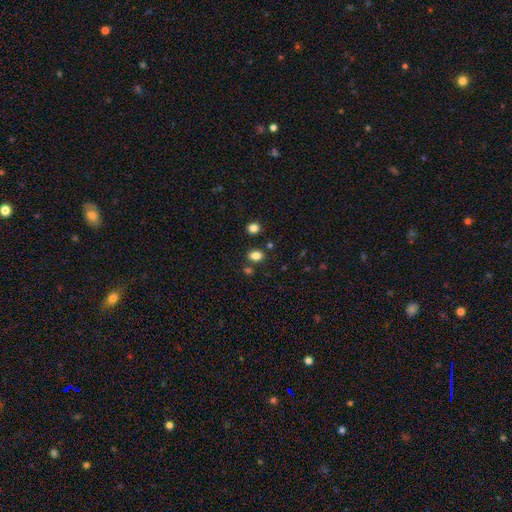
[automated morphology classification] A smooth galaxy with no disk features (83%) that is in between round and cigar-shaped (69%).

Vote fractions:
- Smooth or featured? smooth: 83% / star or artifact: 12% / featured or disk: 5%
- How rounded? in between: 69% / round: 29% / cigar-shaped: 1%
- Merging? none: 79% / minor disturbance: 10% / merger: 9% / major disturbance: 3%